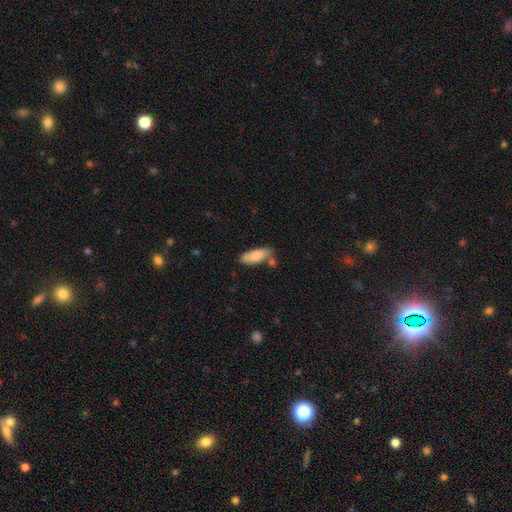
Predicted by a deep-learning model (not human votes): This appears to be a smooth galaxy with no disk features (81%) that is in between round and cigar-shaped (69%). Merging: none (70%).